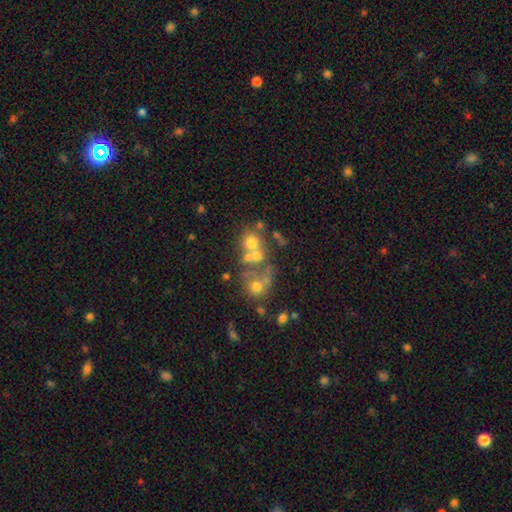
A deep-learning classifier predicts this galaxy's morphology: A smooth galaxy with no disk features (54%) that is round (74%).

Vote fractions:
- Smooth or featured? smooth: 54% / featured or disk: 29% / star or artifact: 18%
- How rounded? round: 74% / in between: 25% / cigar-shaped: 1%
- Merging? merger: 46% / none: 35% / minor disturbance: 10% / major disturbance: 10%